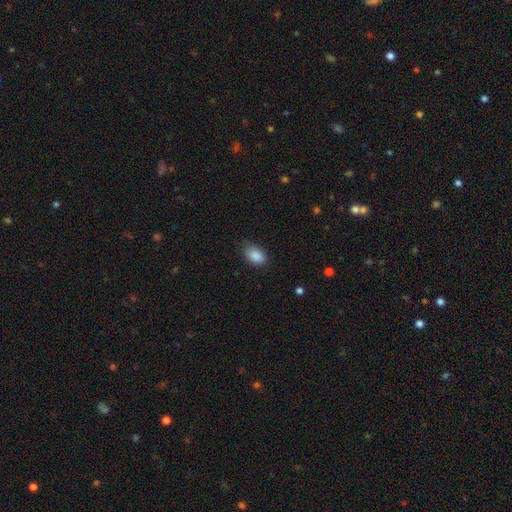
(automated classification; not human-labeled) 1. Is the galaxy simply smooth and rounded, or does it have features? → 88% smooth, 7% star or artifact, 5% featured or disk.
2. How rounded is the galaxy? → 89% in between, 9% round, 1% cigar-shaped.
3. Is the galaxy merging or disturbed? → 74% none, 21% minor disturbance, 4% major disturbance, 1% merger.